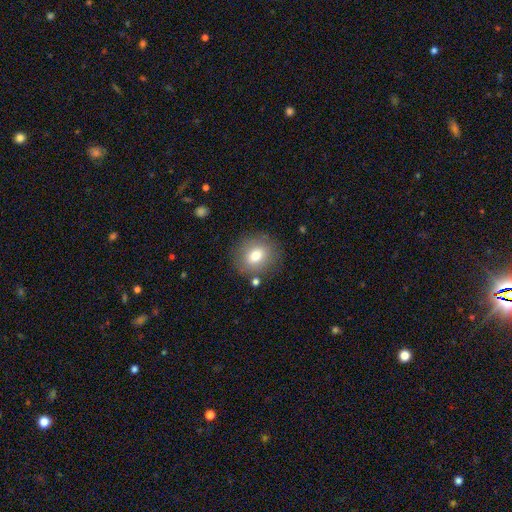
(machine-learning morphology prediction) type=smooth (76%); roundness=round (76%); merging=none (83%).